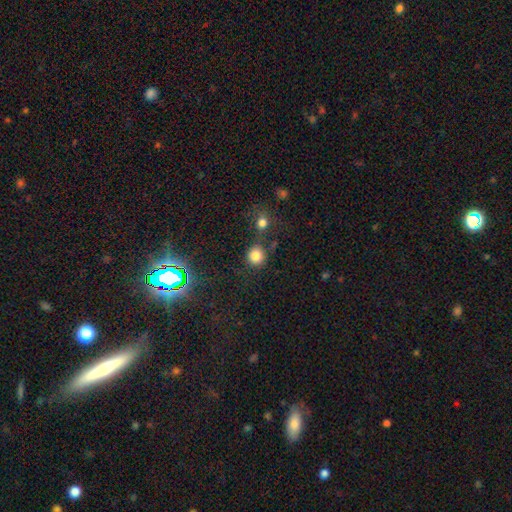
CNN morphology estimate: smooth 81%, star or artifact 14%, featured or disk 5%. Down the decision tree: how rounded — round (91%); merging — none (71%).